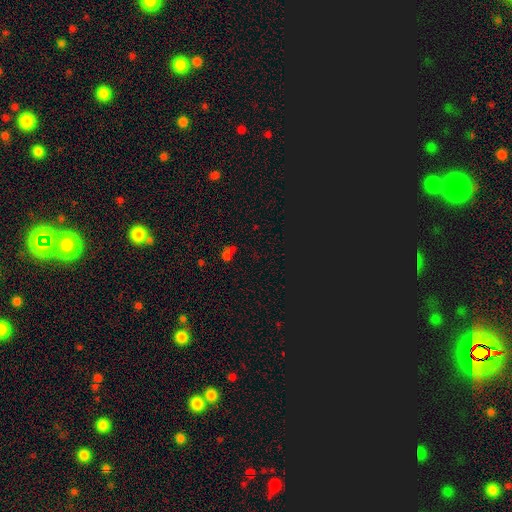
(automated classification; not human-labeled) Q: Smooth or featured?
A: star or artifact (60%); runner-up: smooth (31%)